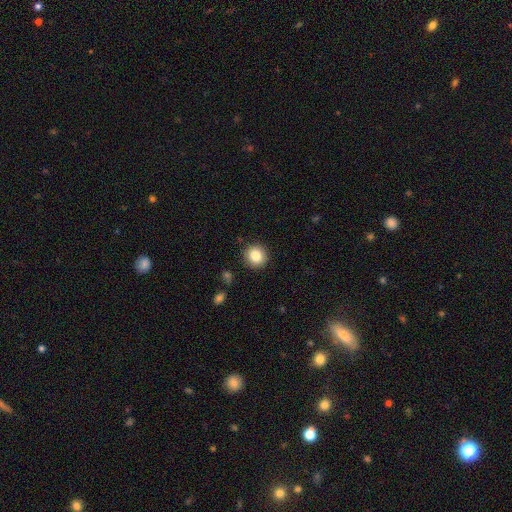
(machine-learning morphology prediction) The model was most divided on "smooth or featured": smooth: 83%, star or artifact: 10%, featured or disk: 7%. More confident: how rounded — round (93%); merging — none (91%).